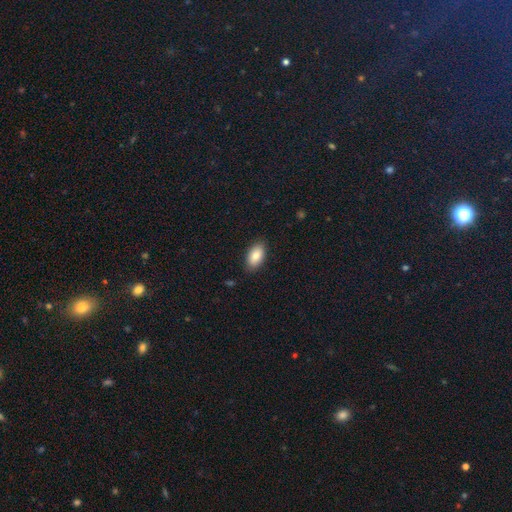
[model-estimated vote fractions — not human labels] A smooth galaxy with no disk features (86%) that is in between round and cigar-shaped (93%).

Vote fractions:
- Smooth or featured? smooth: 86% / featured or disk: 7% / star or artifact: 7%
- How rounded? in between: 93% / round: 4% / cigar-shaped: 2%
- Merging? none: 86% / minor disturbance: 11% / major disturbance: 2% / merger: 1%